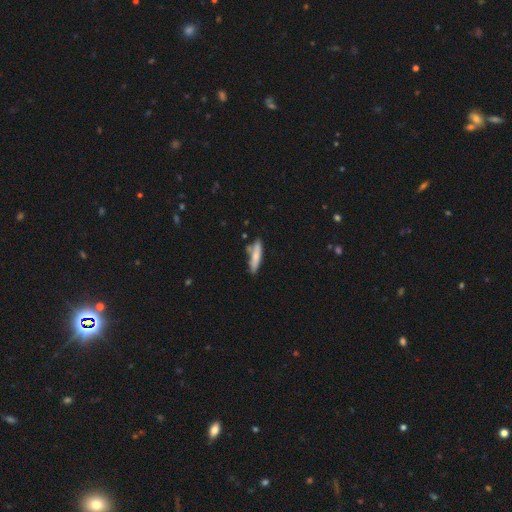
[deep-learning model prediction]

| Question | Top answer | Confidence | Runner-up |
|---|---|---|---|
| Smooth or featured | smooth | 70% | featured or disk (24%) |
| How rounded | cigar-shaped | 82% | in between (16%) |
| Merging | none | 69% | minor disturbance (18%) |